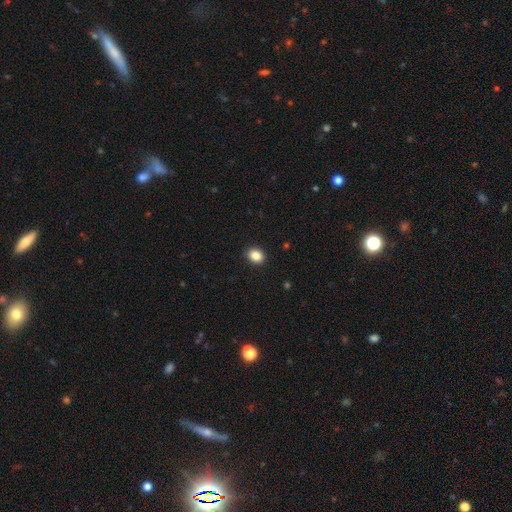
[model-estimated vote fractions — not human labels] A smooth galaxy with no disk features (85%) that is in between round and cigar-shaped (50%). Merging: none (91%).